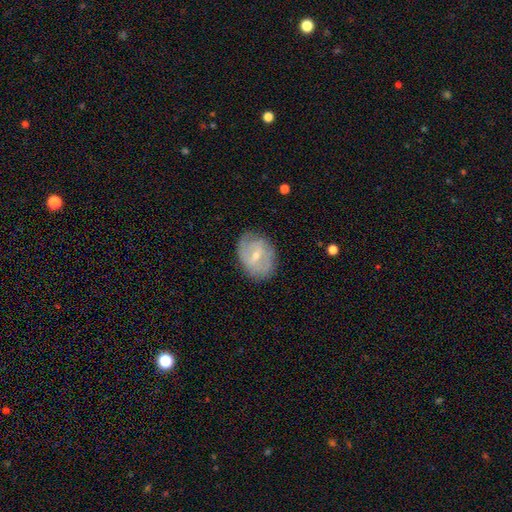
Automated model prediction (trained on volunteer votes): smooth-or-featured: featured or disk: 61% | smooth: 32% | star or artifact: 7%
  disk-edge-on: no: 95% | yes: 5%
    bar: weak: 56% | strong: 24% | no: 20%
    has-spiral-arms: yes: 64% | no: 36%
    bulge-size: small: 60% | moderate: 35% | none: 3% | large: 1% | dominant: 1%
  merging: none: 73% | minor disturbance: 19% | major disturbance: 7% | merger: 1%